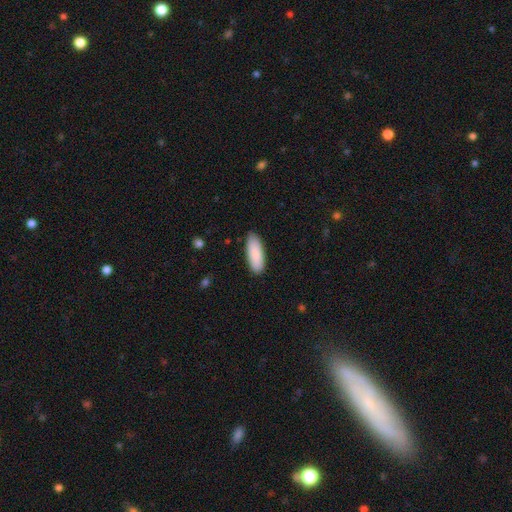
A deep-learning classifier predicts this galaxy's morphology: A smooth galaxy with no disk features (89%) that is in between round and cigar-shaped (69%). Merging: none (86%).